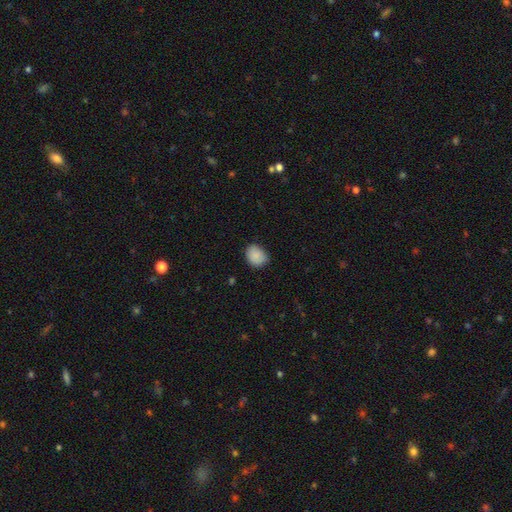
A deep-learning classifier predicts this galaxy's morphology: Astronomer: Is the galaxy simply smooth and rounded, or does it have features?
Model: smooth — 88%.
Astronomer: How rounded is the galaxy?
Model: round — 50% (runner-up: in between, 49%).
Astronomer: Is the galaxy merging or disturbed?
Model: none — 71%.